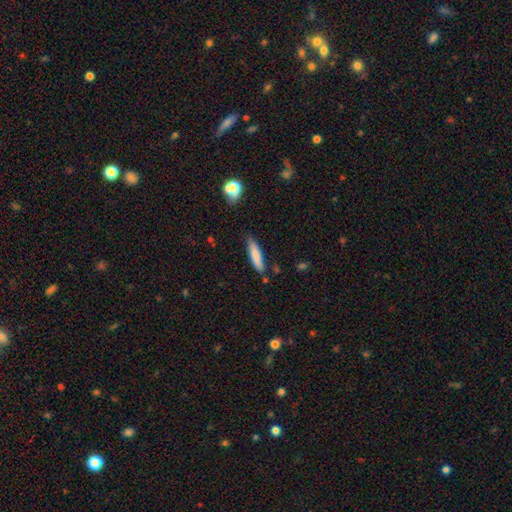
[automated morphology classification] Q: Smooth or featured?
A: smooth (81%); runner-up: featured or disk (12%)
Q: How rounded?
A: cigar-shaped (76%); runner-up: in between (22%)
Q: Merging?
A: none (78%); runner-up: minor disturbance (16%)